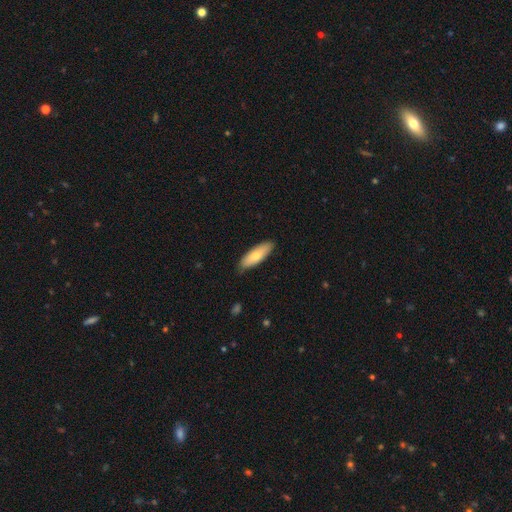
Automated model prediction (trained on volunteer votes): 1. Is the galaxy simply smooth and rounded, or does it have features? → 73% smooth, 21% featured or disk, 6% star or artifact.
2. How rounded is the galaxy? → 57% in between, 41% cigar-shaped, 2% round.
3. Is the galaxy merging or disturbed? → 84% none, 13% minor disturbance, 2% major disturbance, 1% merger.